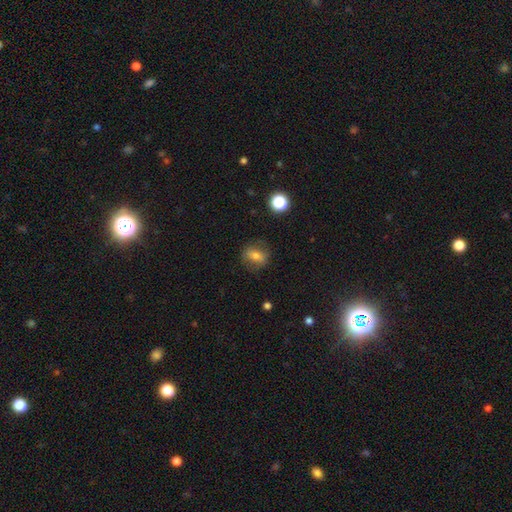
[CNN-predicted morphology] Q: Smooth or featured?
A: smooth (60%); runner-up: featured or disk (28%)
Q: How rounded?
A: in between (49%); runner-up: round (47%)
Q: Merging?
A: none (78%); runner-up: minor disturbance (14%)